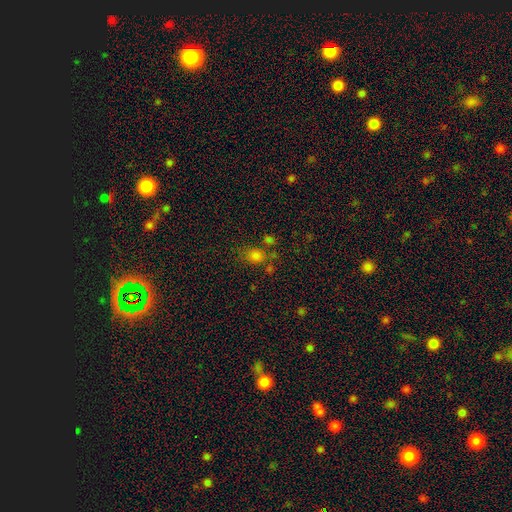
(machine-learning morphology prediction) Smooth or featured: smooth — 73% (star or artifact — 20%)
How rounded: round — 55% (in between — 44%)
Merging: none — 59% (merger — 19%)